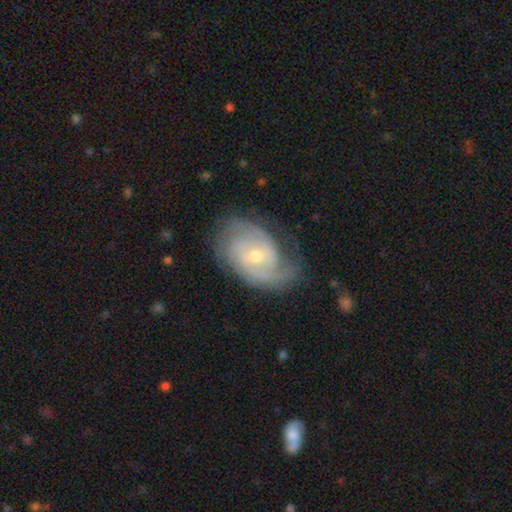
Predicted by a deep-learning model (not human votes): The model was most divided on "bulge size": small: 49%, moderate: 48%, large: 2%, none: 1%, dominant: 1%. Remaining: edge-on disk — no (96%); spiral arms — yes (96%); smooth or featured — featured or disk (86%); merging — none (71%); spiral winding — tight (56%); bar — no (52%); spiral arm count — 2 (45%).